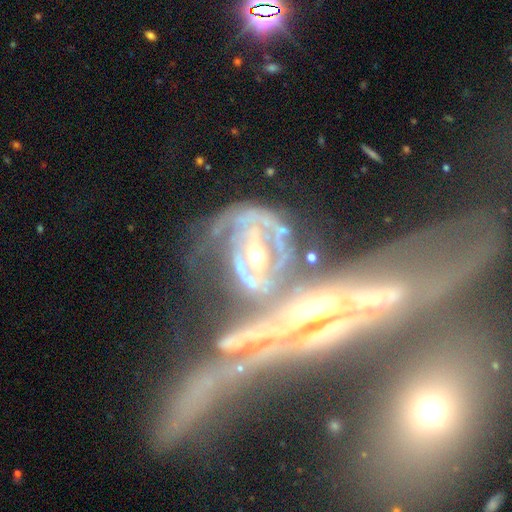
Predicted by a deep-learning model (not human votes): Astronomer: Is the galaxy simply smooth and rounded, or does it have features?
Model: featured or disk — 84%.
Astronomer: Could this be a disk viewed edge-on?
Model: no — 89%.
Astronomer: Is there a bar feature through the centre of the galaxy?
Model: no — 36% (runner-up: strong, 35%).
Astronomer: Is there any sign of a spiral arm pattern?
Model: yes — 83%.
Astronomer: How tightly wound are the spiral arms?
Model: tight — 55% (runner-up: medium, 31%).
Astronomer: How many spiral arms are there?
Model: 2 — 38% (runner-up: can't tell, 34%).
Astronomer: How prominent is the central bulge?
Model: moderate — 56% (runner-up: small, 34%).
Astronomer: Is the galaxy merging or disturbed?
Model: merger — 64%.